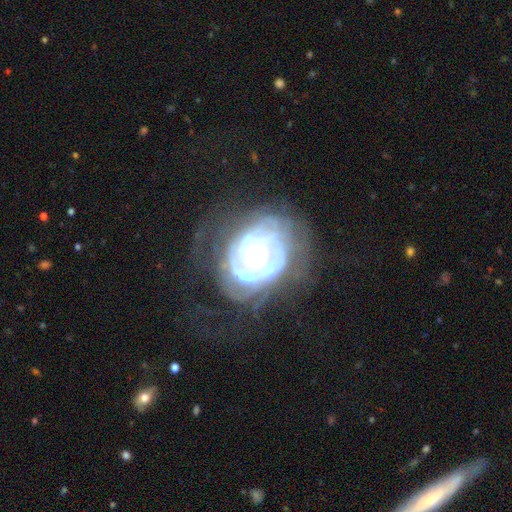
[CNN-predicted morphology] A featured or disk galaxy (86%) with no bar (78%), tight (65%) spiral arms (80%) and a moderate central bulge (70%). Merging: none (47%).